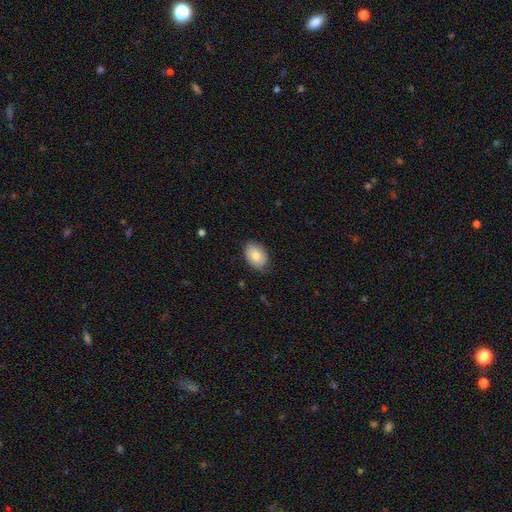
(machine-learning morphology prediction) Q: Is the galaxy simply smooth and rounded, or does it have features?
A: smooth — 83%.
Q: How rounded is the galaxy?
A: in between — 83%.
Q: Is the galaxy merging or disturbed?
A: none — 80%.